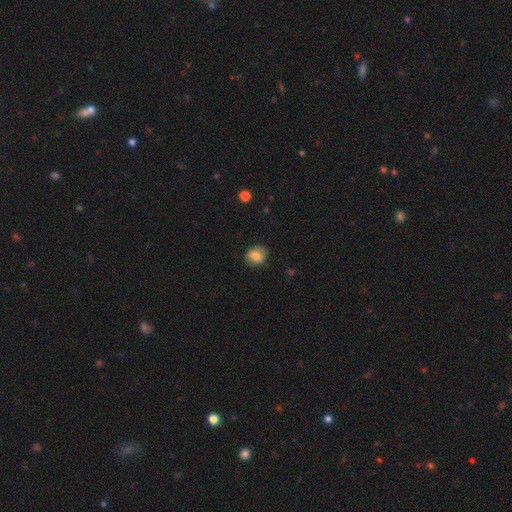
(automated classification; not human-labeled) Overall: smooth (80%). How rounded: round (61%; in between 38%). Merging: none (80%).